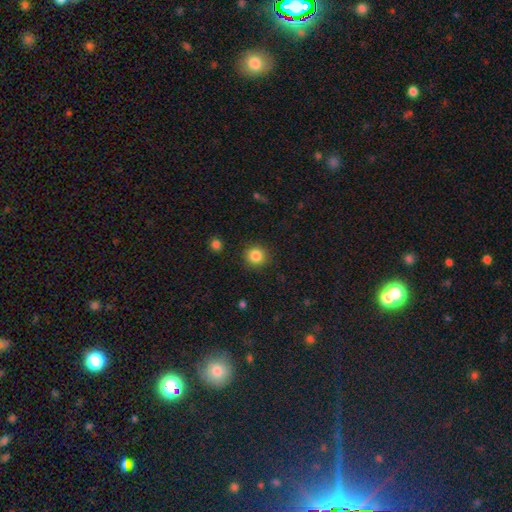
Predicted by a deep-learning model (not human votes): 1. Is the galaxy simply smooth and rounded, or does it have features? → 85% smooth, 11% star or artifact, 5% featured or disk.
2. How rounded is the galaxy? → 92% round, 7% in between, 1% cigar-shaped.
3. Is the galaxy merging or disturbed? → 90% none, 6% minor disturbance, 2% major disturbance, 1% merger.